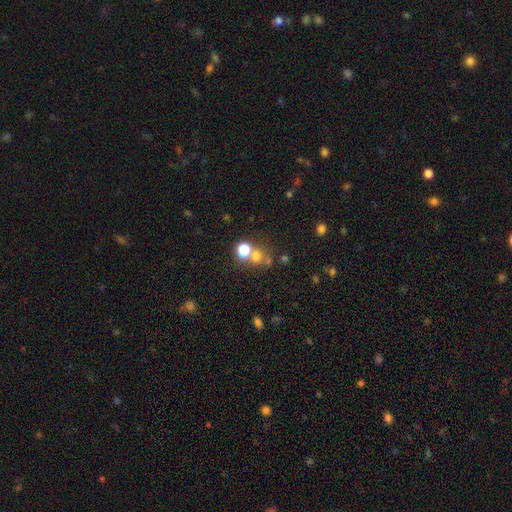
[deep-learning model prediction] smooth 66%, star or artifact 22%, featured or disk 12%. Down the decision tree: how rounded — round (83%); merging — none (49%).